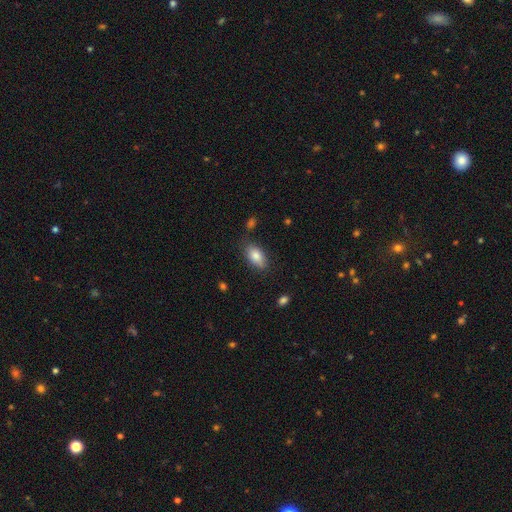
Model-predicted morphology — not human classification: Smooth or featured? smooth (83%)
How rounded? in between (90%)
Merging? none (77%)